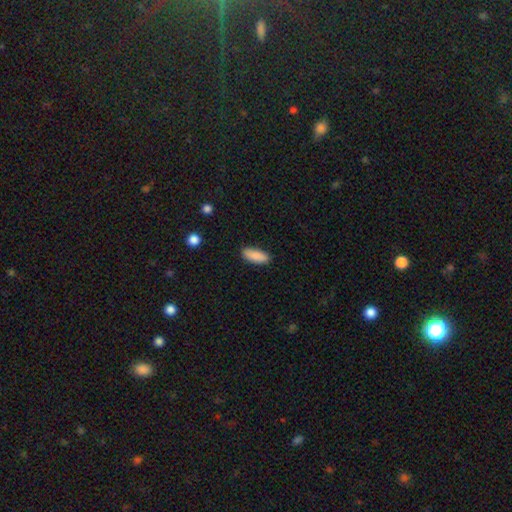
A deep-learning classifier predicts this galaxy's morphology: Smooth or featured: smooth — 89% (star or artifact — 6%)
How rounded: in between — 72% (cigar-shaped — 27%)
Merging: none — 85% (minor disturbance — 12%)